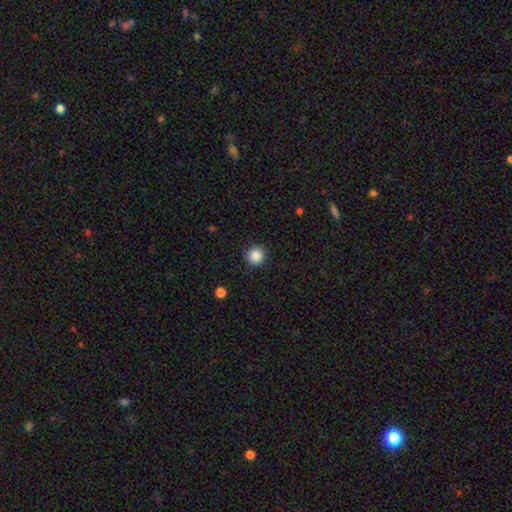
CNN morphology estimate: A smooth galaxy with no disk features (87%) that is round (95%). Merging: none (91%).